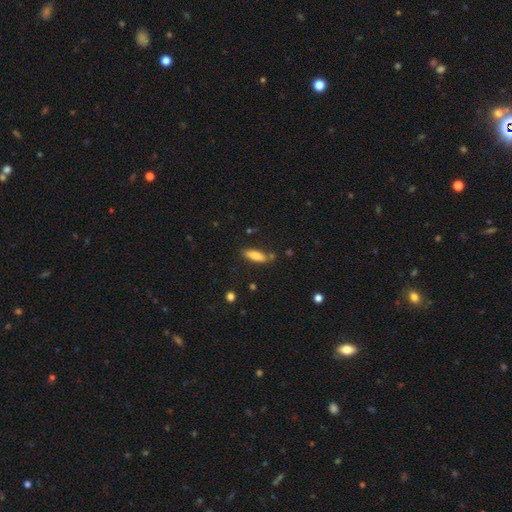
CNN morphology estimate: Q: Smooth or featured?
A: smooth (82%); runner-up: featured or disk (11%)
Q: How rounded?
A: in between (50%); runner-up: cigar-shaped (48%)
Q: Merging?
A: none (78%); runner-up: minor disturbance (14%)